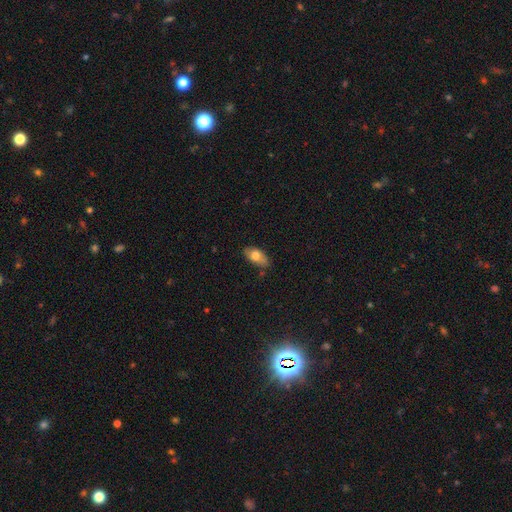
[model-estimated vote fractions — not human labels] Smooth or featured?
  - smooth: 72% *
  - featured or disk: 21%
  - star or artifact: 7%
How rounded?
  - in between: 90% *
  - cigar-shaped: 6%
  - round: 4%
Merging?
  - none: 76% *
  - minor disturbance: 19%
  - major disturbance: 3%
  - merger: 2%